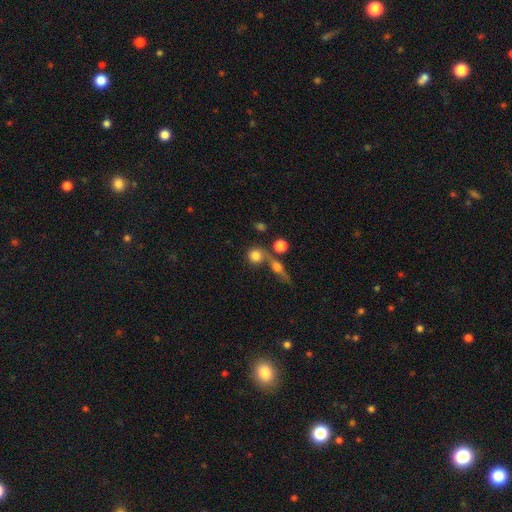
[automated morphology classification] Smooth or featured?
  - smooth: 76% *
  - featured or disk: 13%
  - star or artifact: 10%
How rounded?
  - round: 85% *
  - in between: 12%
  - cigar-shaped: 3%
Merging?
  - none: 51% *
  - merger: 33%
  - minor disturbance: 10%
  - major disturbance: 6%